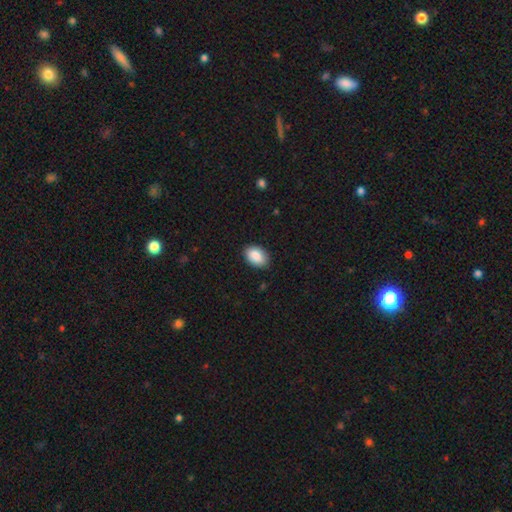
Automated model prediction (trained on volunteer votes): smooth-or-featured: smooth: 89% | star or artifact: 7% | featured or disk: 4%
  how-rounded: in between: 89% | round: 10% | cigar-shaped: 1%
  merging: none: 85% | minor disturbance: 12% | major disturbance: 2% | merger: 1%